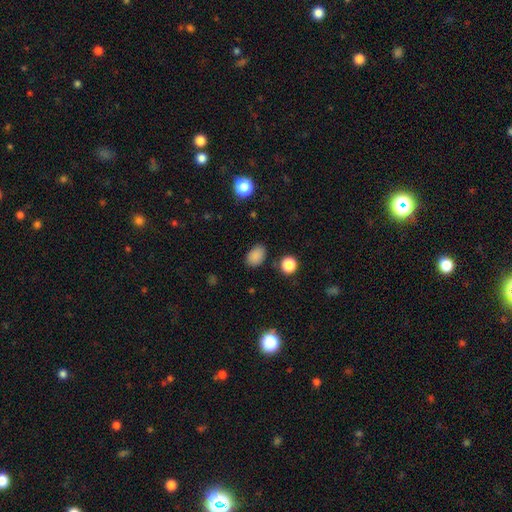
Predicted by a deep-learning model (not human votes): Smooth or featured?
  - smooth: 86% *
  - star or artifact: 11%
  - featured or disk: 4%
How rounded?
  - in between: 80% *
  - round: 19%
  - cigar-shaped: 1%
Merging?
  - none: 82% *
  - minor disturbance: 13%
  - major disturbance: 3%
  - merger: 2%